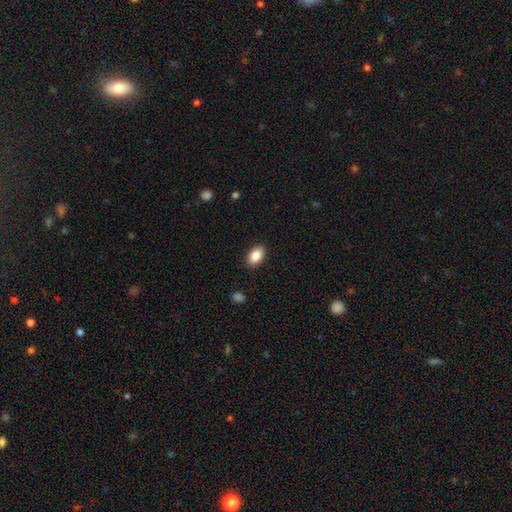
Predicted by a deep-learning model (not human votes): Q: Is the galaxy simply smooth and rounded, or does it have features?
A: smooth — 88%.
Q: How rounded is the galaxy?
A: in between — 89%.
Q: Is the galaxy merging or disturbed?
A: none — 89%.